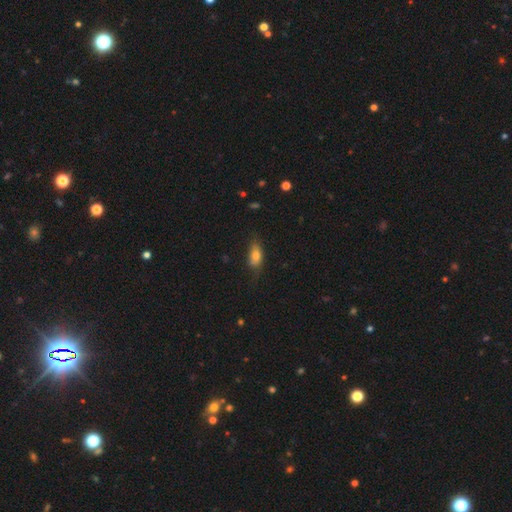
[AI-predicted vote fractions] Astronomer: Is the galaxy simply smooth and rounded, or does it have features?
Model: smooth — 74%.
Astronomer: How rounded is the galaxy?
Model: in between — 83%.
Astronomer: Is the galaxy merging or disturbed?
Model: none — 60%.